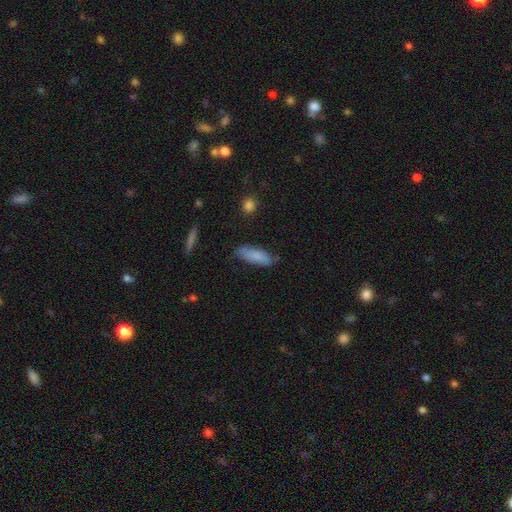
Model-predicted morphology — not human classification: A smooth galaxy with no disk features (83%) that is in between round and cigar-shaped (59%).

Vote fractions:
- Smooth or featured? smooth: 83% / featured or disk: 10% / star or artifact: 6%
- How rounded? in between: 59% / cigar-shaped: 39% / round: 2%
- Merging? none: 74% / minor disturbance: 20% / major disturbance: 4% / merger: 2%